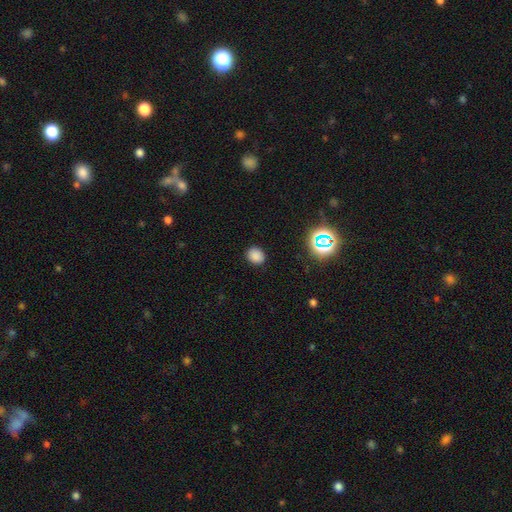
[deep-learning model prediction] Q: Smooth or featured?
A: smooth (81%); runner-up: star or artifact (15%)
Q: How rounded?
A: round (69%); runner-up: in between (30%)
Q: Merging?
A: none (88%); runner-up: minor disturbance (8%)